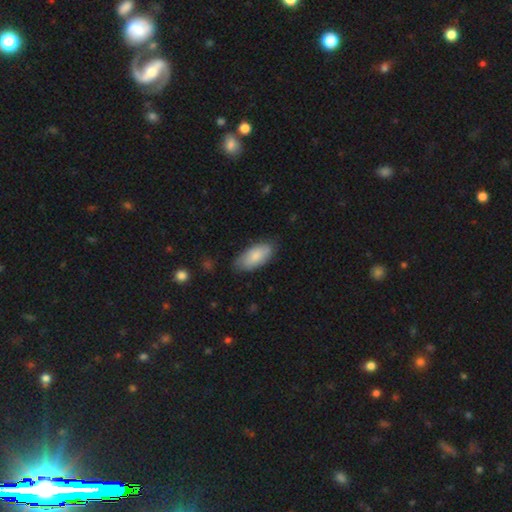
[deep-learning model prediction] Overall: smooth (81%). How rounded: in between (91%). Merging: none (75%).